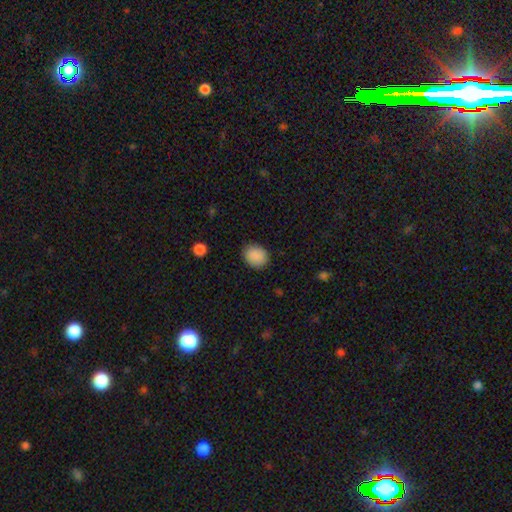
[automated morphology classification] smooth-or-featured: smooth: 89% | star or artifact: 8% | featured or disk: 3%
  how-rounded: round: 59% | in between: 40% | cigar-shaped: 1%
  merging: none: 84% | minor disturbance: 12% | major disturbance: 3% | merger: 1%